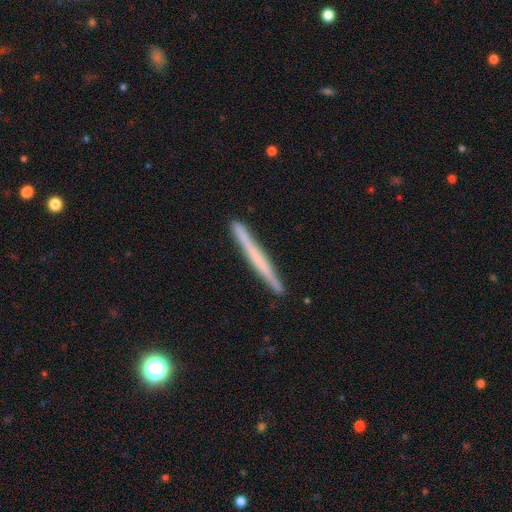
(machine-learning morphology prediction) smooth 48%, featured or disk 46%, star or artifact 7%. Down the decision tree: merging — none (91%).